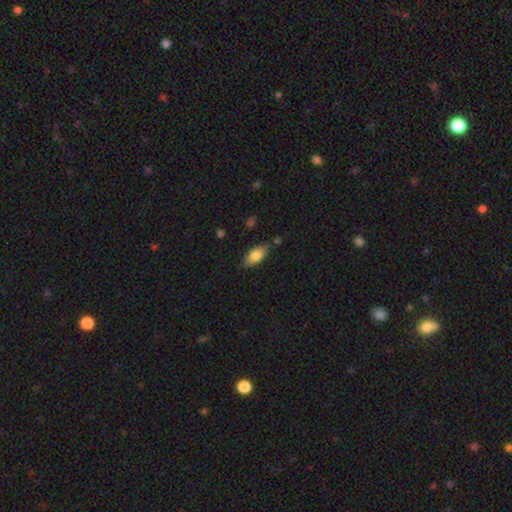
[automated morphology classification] smooth-or-featured: smooth: 79% | featured or disk: 14% | star or artifact: 7%
  how-rounded: in between: 86% | cigar-shaped: 10% | round: 3%
  merging: none: 77% | minor disturbance: 16% | merger: 3% | major disturbance: 3%